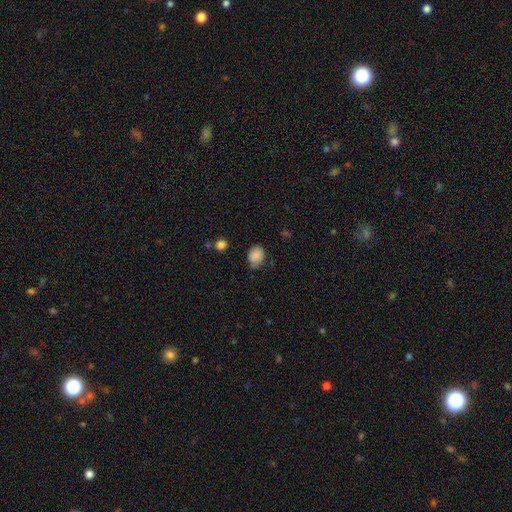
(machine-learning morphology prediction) This is clearly a smooth galaxy (86%). How rounded: possibly in between (51%). Merging: likely none (65%).